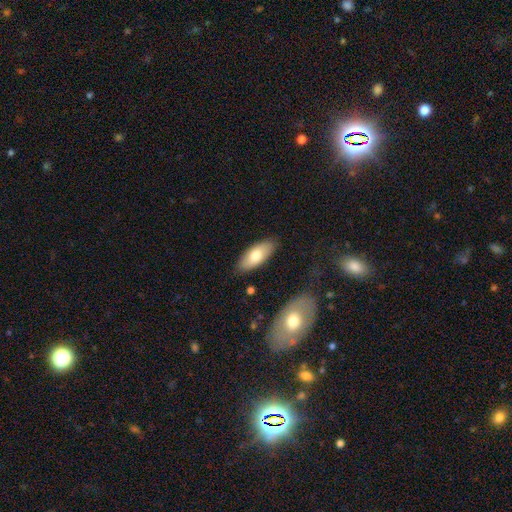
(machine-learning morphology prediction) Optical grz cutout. It shows a smooth galaxy with no disk features (74%) that is in between round and cigar-shaped (84%). Merging: none (85%).